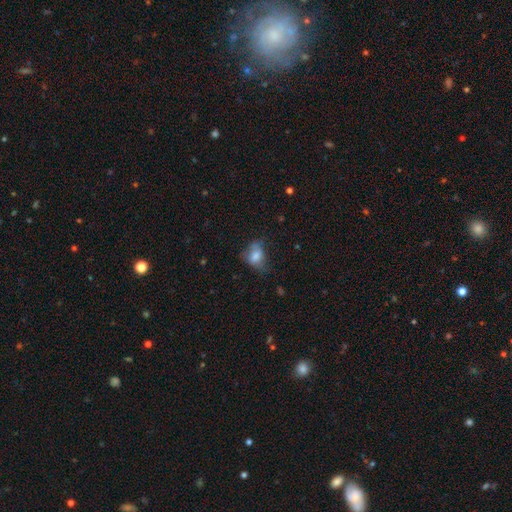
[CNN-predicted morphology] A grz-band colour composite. It shows a smooth galaxy with no disk features (69%) that is in between round and cigar-shaped (71%). Merging: none (36%).